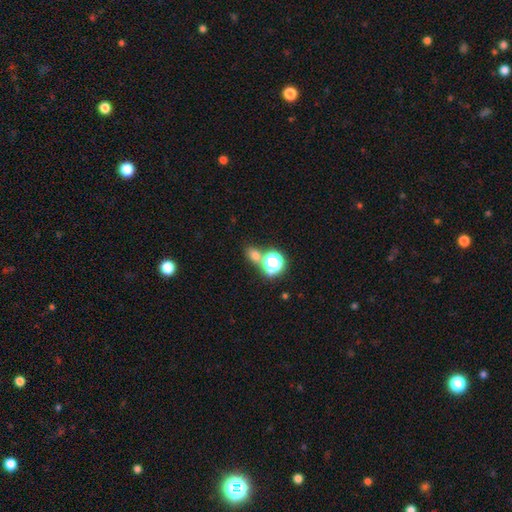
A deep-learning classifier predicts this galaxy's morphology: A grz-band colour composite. It shows a smooth galaxy with no disk features (65%) that is round (52%). Merging: none (63%).